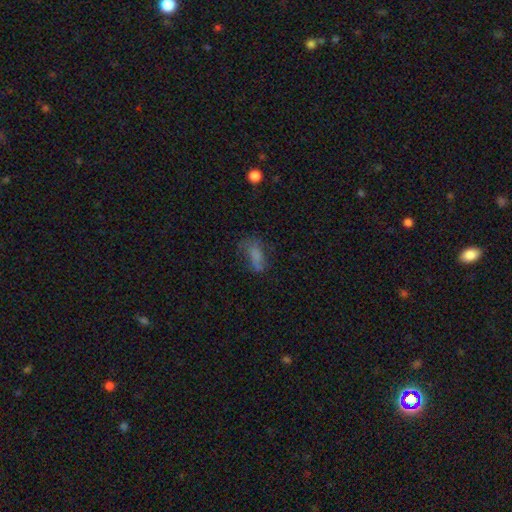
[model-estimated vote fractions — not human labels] Smooth or featured? Predicted: smooth (p=0.60). How rounded? Predicted: in between (p=0.79). Merging? Predicted: none (p=0.39).